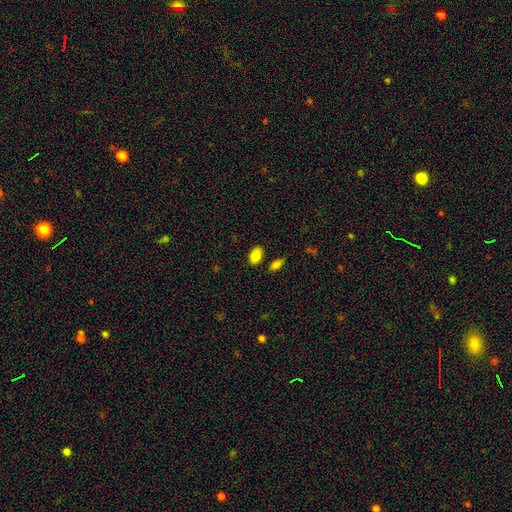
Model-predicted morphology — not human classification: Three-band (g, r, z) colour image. It shows a smooth galaxy with no disk features (87%) that is in between round and cigar-shaped (91%). Merging: none (83%).